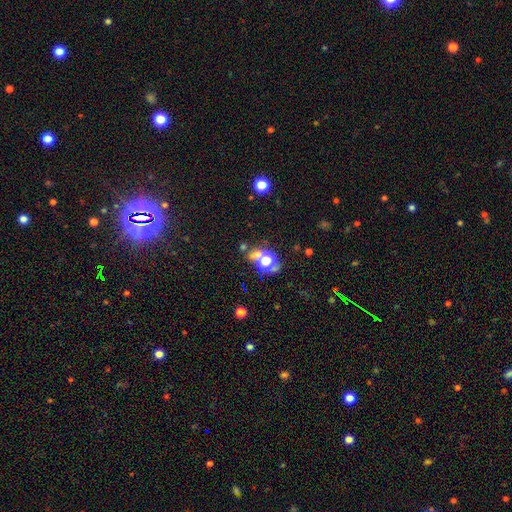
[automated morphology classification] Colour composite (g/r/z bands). It shows a star or artifact, not a galaxy (47%).